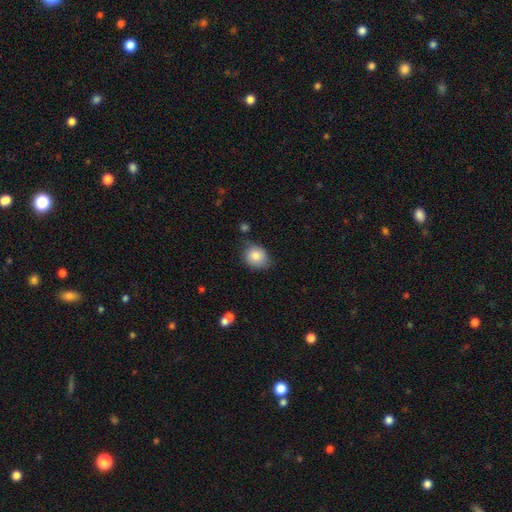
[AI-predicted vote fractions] Overall: smooth (83%). How rounded: round (66%; in between 33%). Merging: none (71%).